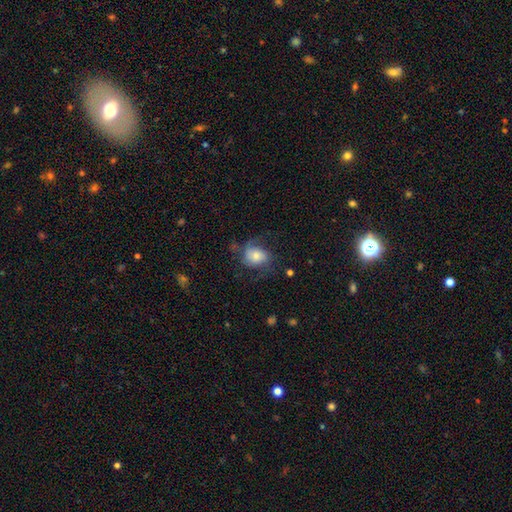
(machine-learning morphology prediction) A smooth galaxy with no disk features (55%) that is in between round and cigar-shaped (54%). Merging: none (48%).